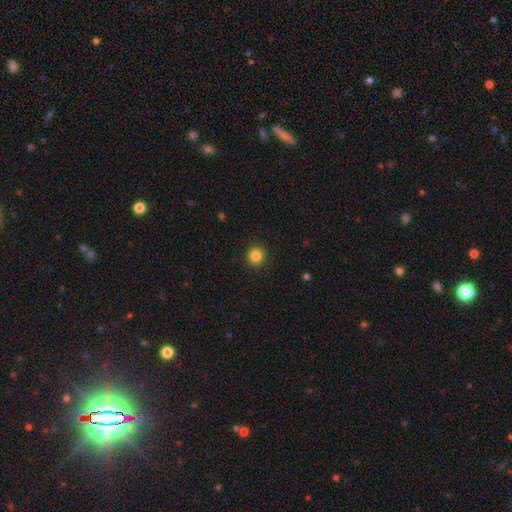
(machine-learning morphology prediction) Smooth or featured? smooth (85%)
How rounded? round (95%)
Merging? none (93%)